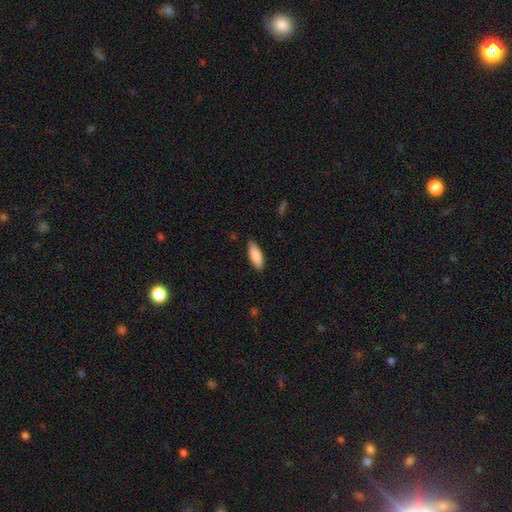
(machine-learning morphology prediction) Smooth or featured? smooth (87%)
How rounded? in between (67%)
Merging? none (88%)